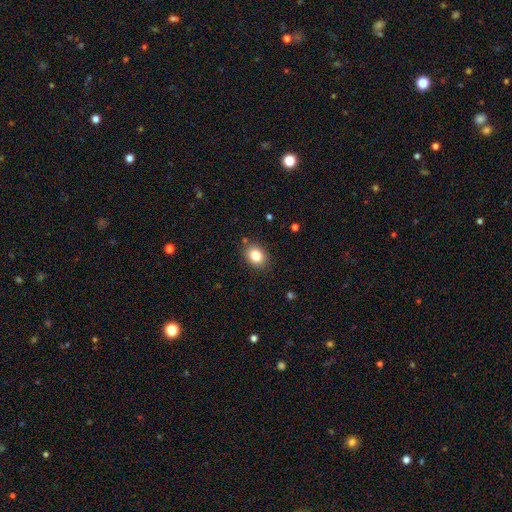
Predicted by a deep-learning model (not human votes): Smooth or featured? Predicted: smooth (p=0.82). How rounded? Predicted: in between (p=0.58). Merging? Predicted: none (p=0.86).